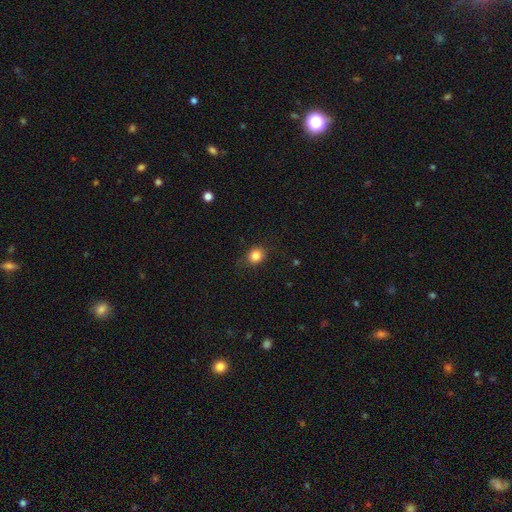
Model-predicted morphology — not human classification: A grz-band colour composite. It shows a smooth galaxy with no disk features (84%) that is round (69%). Merging: none (81%).